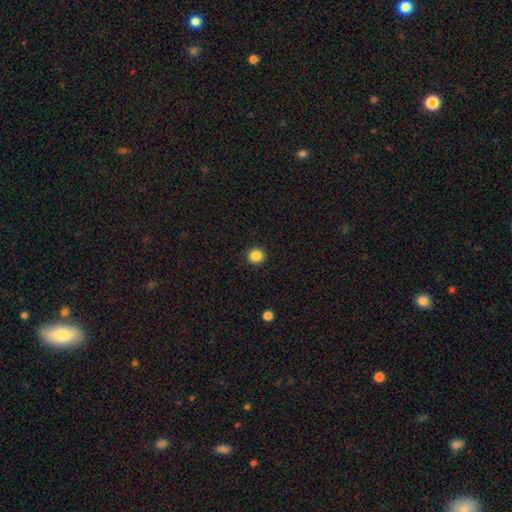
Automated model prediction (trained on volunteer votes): The model was most divided on "smooth or featured": smooth: 87%, star or artifact: 10%, featured or disk: 3%. More confident: how rounded — round (93%); merging — none (92%).